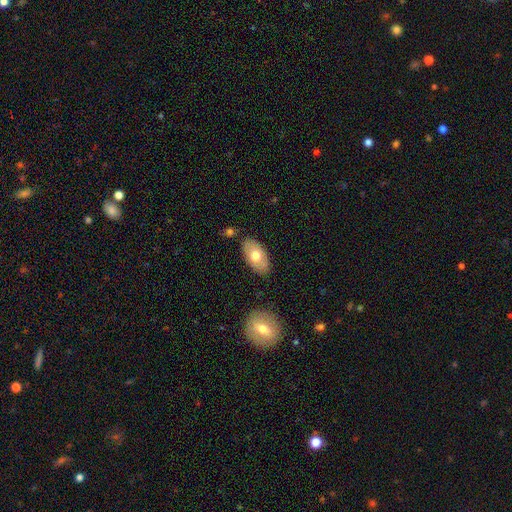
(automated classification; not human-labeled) Q: Smooth or featured?
A: smooth (67%); runner-up: featured or disk (26%)
Q: How rounded?
A: in between (94%); runner-up: round (4%)
Q: Merging?
A: none (82%); runner-up: minor disturbance (12%)